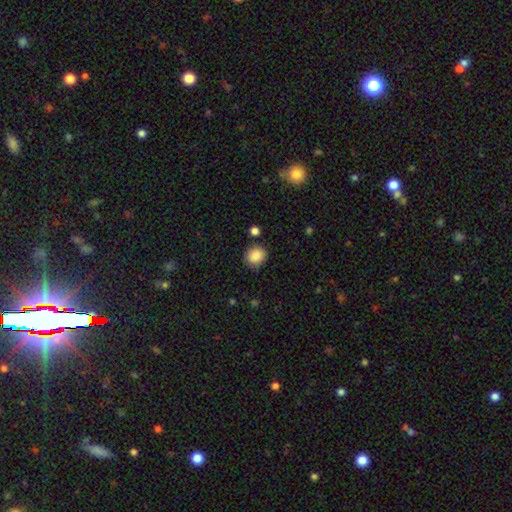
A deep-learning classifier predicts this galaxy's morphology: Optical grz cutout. It shows a smooth galaxy with no disk features (88%) that is round (76%). Merging: none (83%).